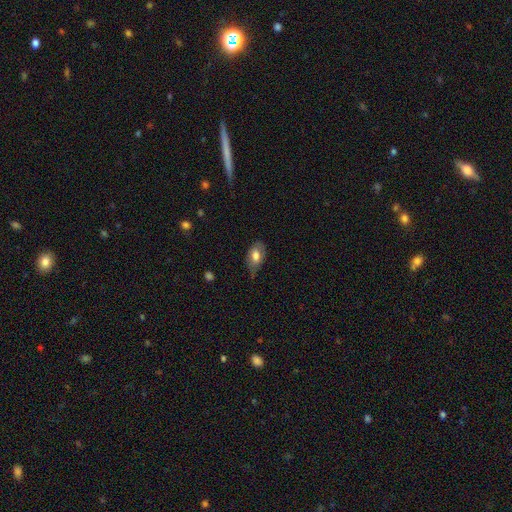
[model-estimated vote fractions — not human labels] This is likely a smooth galaxy (71%). How rounded: clearly in between (90%). Merging: possibly none (49%).